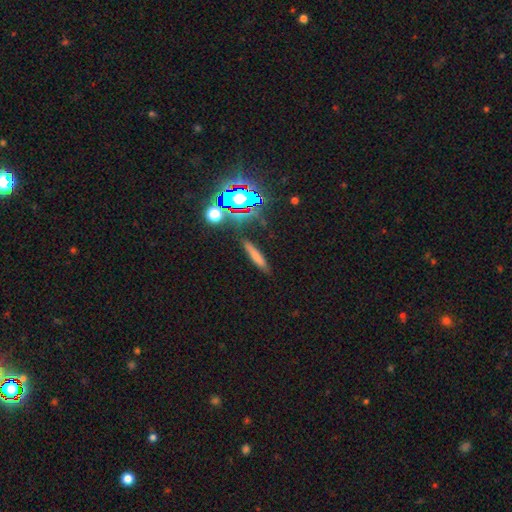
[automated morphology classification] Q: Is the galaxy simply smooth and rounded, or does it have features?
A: smooth — 66%.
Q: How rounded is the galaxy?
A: cigar-shaped — 86%.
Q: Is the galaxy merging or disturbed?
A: none — 82%.